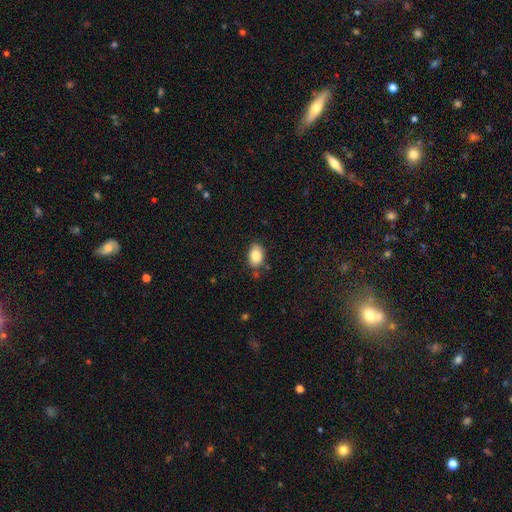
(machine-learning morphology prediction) Smooth or featured: smooth — 85% (star or artifact — 8%)
How rounded: in between — 84% (round — 14%)
Merging: none — 71% (minor disturbance — 21%)